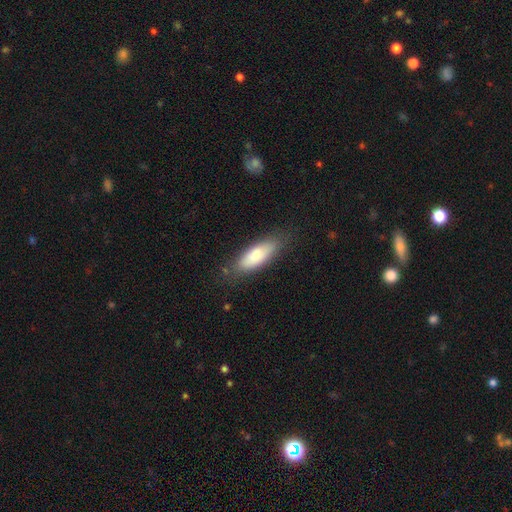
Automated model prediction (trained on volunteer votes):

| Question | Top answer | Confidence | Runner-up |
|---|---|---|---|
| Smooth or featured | smooth | 81% | featured or disk (13%) |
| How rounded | in between | 63% | cigar-shaped (35%) |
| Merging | none | 78% | minor disturbance (16%) |